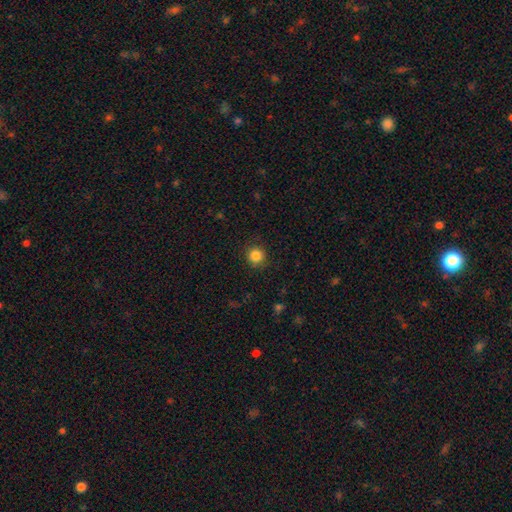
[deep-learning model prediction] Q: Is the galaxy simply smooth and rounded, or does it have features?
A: smooth — 85%.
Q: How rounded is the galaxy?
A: round — 94%.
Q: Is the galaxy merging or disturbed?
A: none — 90%.